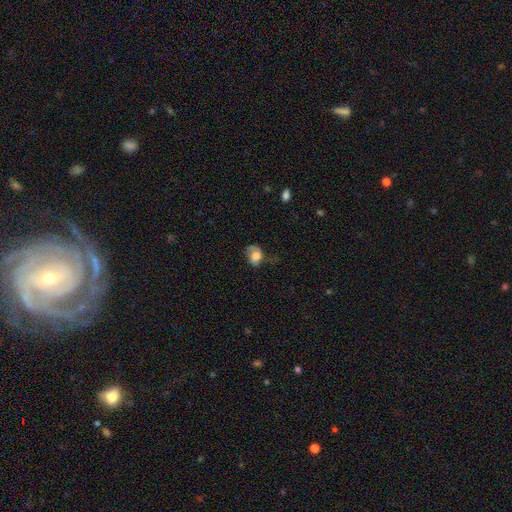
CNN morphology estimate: A smooth galaxy with no disk features (62%) that is in between round and cigar-shaped (59%). Merging: none (37%).